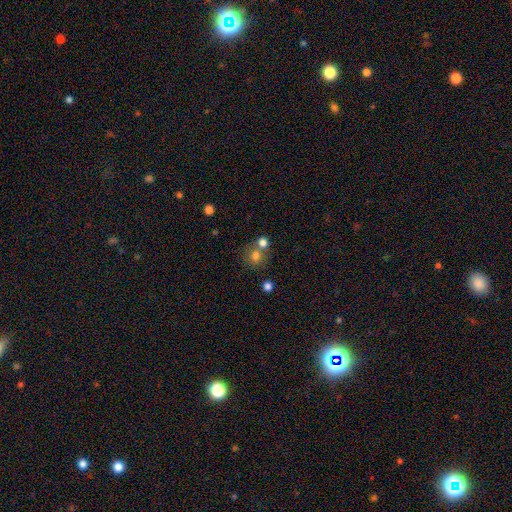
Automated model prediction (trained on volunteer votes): smooth-or-featured: smooth: 77% | star or artifact: 14% | featured or disk: 9%
  how-rounded: round: 85% | in between: 14% | cigar-shaped: 1%
  merging: none: 58% | merger: 30% | minor disturbance: 8% | major disturbance: 4%